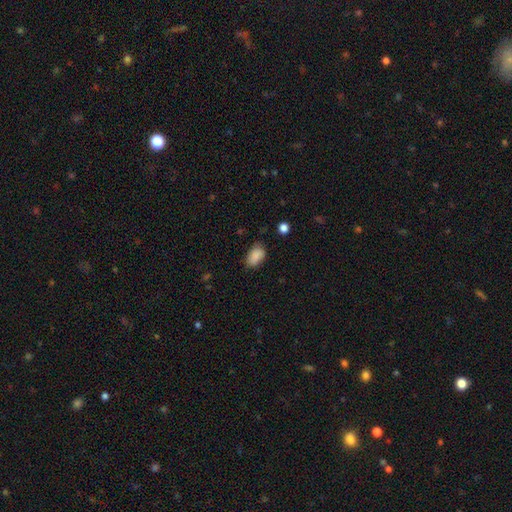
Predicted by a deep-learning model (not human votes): smooth-or-featured: smooth: 85% | star or artifact: 8% | featured or disk: 7%
  how-rounded: in between: 89% | round: 9% | cigar-shaped: 2%
  merging: none: 67% | minor disturbance: 26% | major disturbance: 5% | merger: 2%